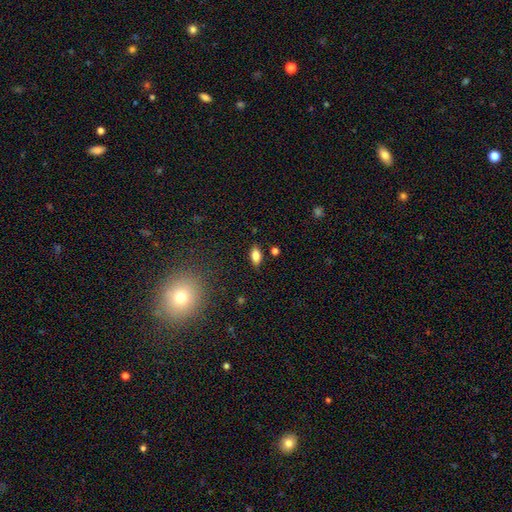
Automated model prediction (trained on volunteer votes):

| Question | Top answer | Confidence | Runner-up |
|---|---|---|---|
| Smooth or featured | smooth | 81% | star or artifact (9%) |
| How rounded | in between | 88% | cigar-shaped (7%) |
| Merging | none | 86% | minor disturbance (10%) |